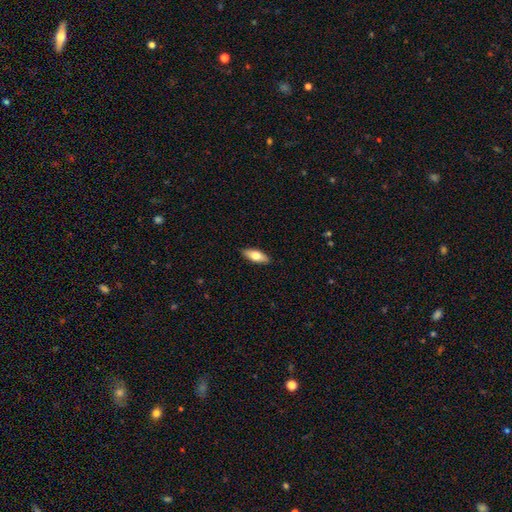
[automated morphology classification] smooth-or-featured: smooth: 68% | featured or disk: 26% | star or artifact: 6%
  how-rounded: in between: 72% | cigar-shaped: 26% | round: 2%
  merging: none: 89% | minor disturbance: 8% | major disturbance: 2% | merger: 1%